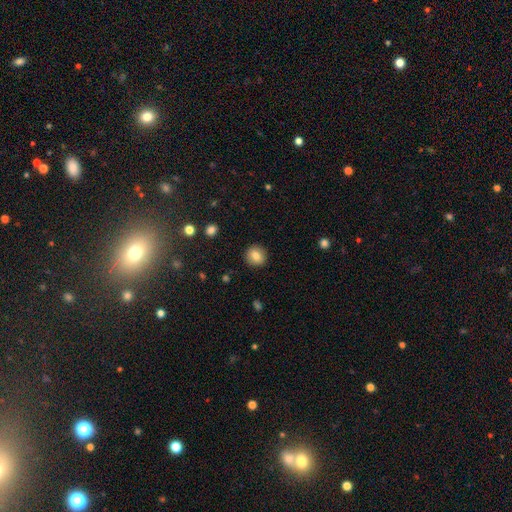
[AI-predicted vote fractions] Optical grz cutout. It shows a smooth galaxy with no disk features (82%) that is round (89%). Merging: none (91%).